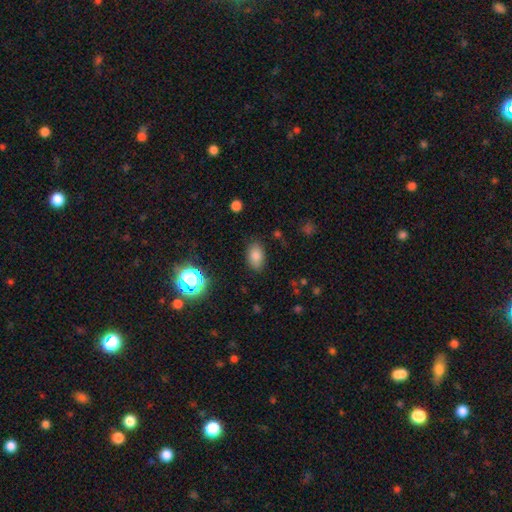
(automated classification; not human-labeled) Smooth or featured? Predicted: smooth (p=0.80). How rounded? Predicted: in between (p=0.87). Merging? Predicted: none (p=0.82).